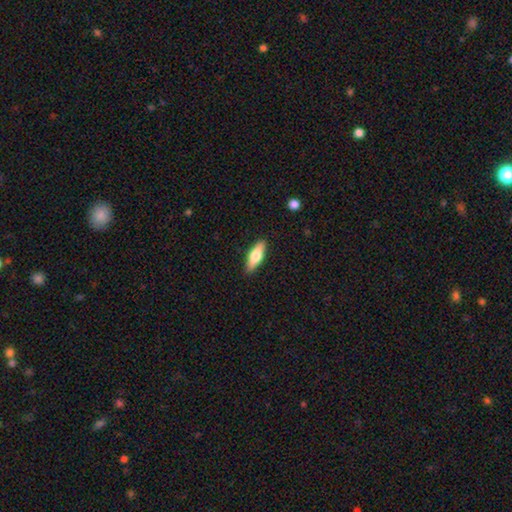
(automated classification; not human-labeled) smooth 60%, featured or disk 34%, star or artifact 6%. Down the decision tree: how rounded — in between (54%); merging — none (89%).